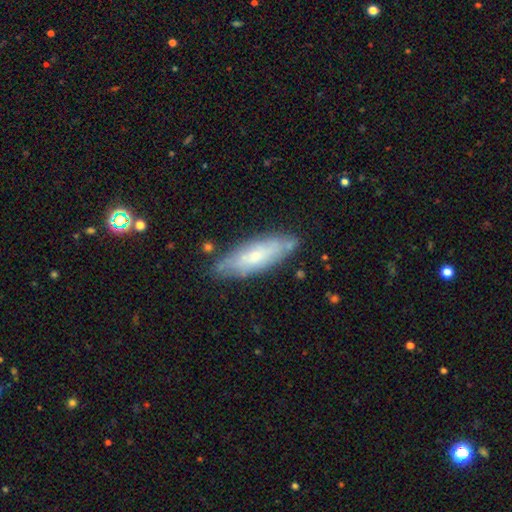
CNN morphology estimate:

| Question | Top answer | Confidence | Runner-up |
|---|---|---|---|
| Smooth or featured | smooth | 50% | featured or disk (44%) |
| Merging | none | 73% | minor disturbance (19%) |